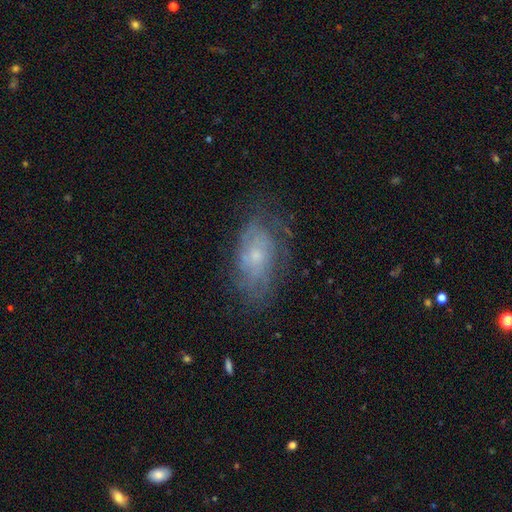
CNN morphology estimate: type=featured or disk (59%); edge-on=no (94%); bar=no (81%); spiral arms=yes (70%); bulge=small (62%); merging=none (65%).